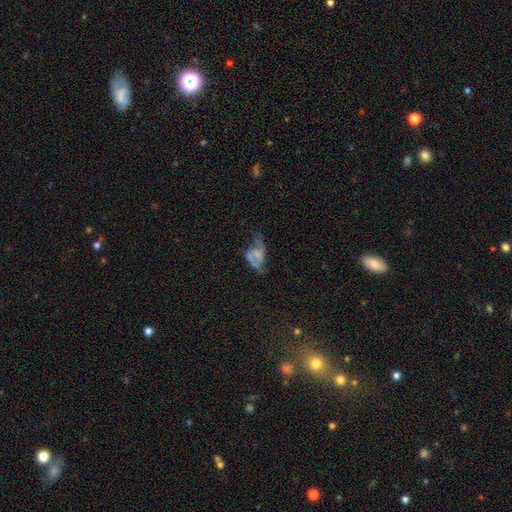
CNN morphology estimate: A featured or disk galaxy (66%) with no bar (57%), spiral arms (77%) and a small central bulge (46%).

Vote fractions:
- Smooth or featured? featured or disk: 66% / smooth: 23% / star or artifact: 11%
- Edge-on disk? no: 97% / yes: 3%
- Bar? no: 57% / weak: 33% / strong: 10%
- Spiral arms? yes: 77% / no: 23%
- Bulge size? small: 46% / none: 26% / moderate: 22% / large: 4% / dominant: 2%
- Merging? none: 37% / major disturbance: 33% / minor disturbance: 25% / merger: 6%